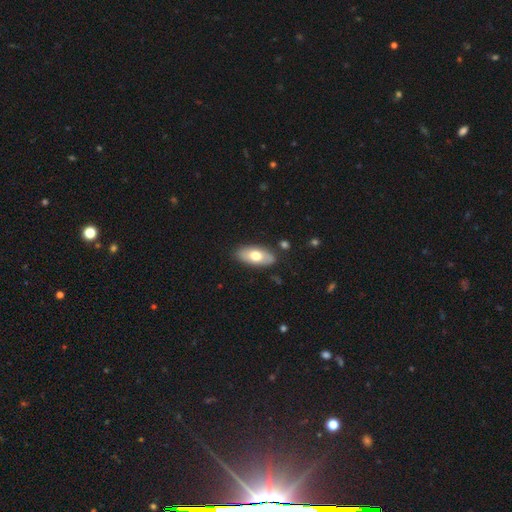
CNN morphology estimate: Q: Smooth or featured?
A: smooth (67%); runner-up: featured or disk (28%)
Q: How rounded?
A: in between (89%); runner-up: cigar-shaped (8%)
Q: Merging?
A: none (84%); runner-up: minor disturbance (11%)